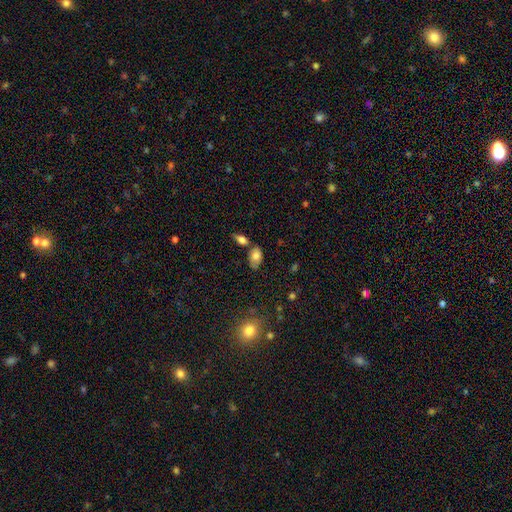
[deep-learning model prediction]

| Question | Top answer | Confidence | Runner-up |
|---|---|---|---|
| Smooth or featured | smooth | 77% | featured or disk (15%) |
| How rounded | in between | 89% | round (9%) |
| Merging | none | 59% | minor disturbance (19%) |